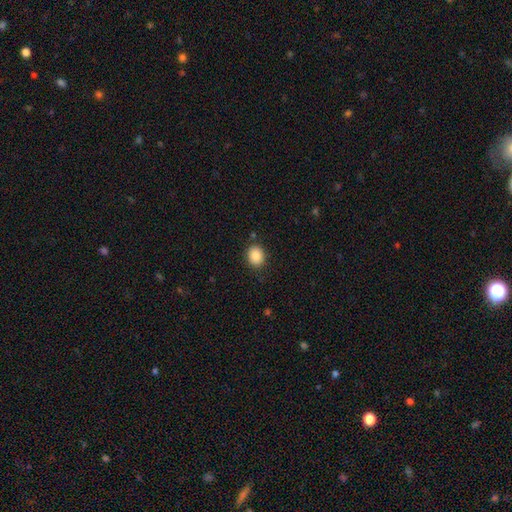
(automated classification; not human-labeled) smooth 87%, star or artifact 9%, featured or disk 4%. Down the decision tree: how rounded — round (57%); merging — none (86%).